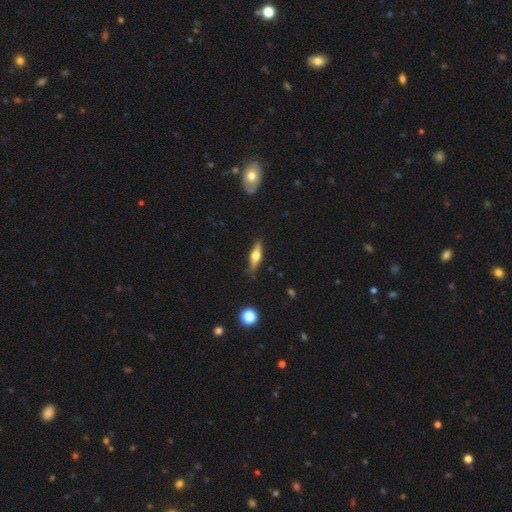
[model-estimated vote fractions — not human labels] A featured or disk galaxy (53%) viewed edge-on (92%). Merging: none (85%).